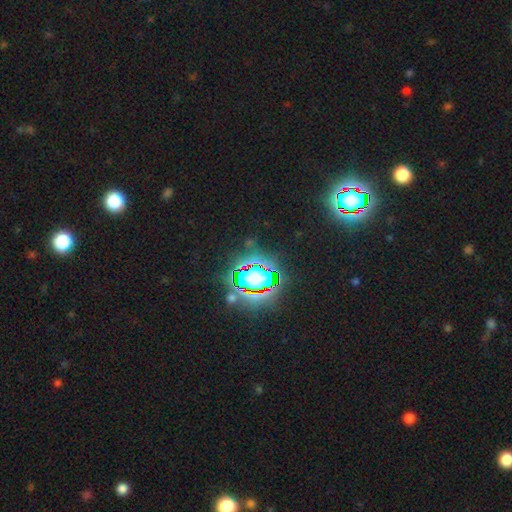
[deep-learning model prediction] This appears to be a star or artifact, not a galaxy (78%).